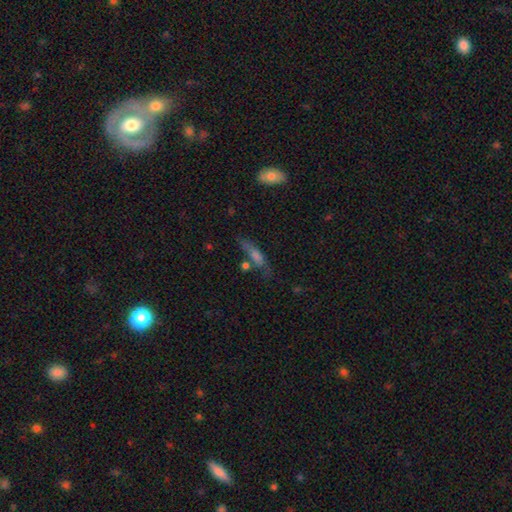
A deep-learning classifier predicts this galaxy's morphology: Smooth or featured?
  - smooth: 58% *
  - featured or disk: 31%
  - star or artifact: 12%
How rounded?
  - cigar-shaped: 69% *
  - in between: 27%
  - round: 4%
Merging?
  - none: 55% *
  - minor disturbance: 22%
  - merger: 12%
  - major disturbance: 11%